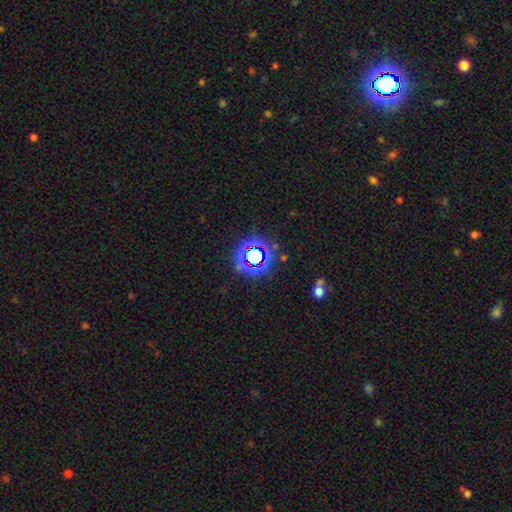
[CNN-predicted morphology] The model was most divided on "smooth or featured": star or artifact: 67%, smooth: 22%, featured or disk: 11%.